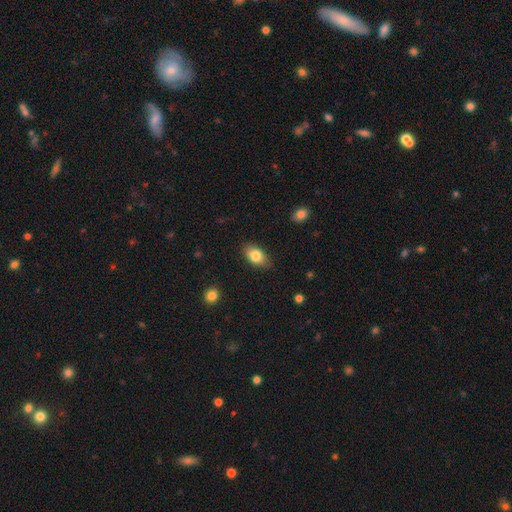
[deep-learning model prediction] Q: Smooth or featured?
A: smooth (82%); runner-up: featured or disk (11%)
Q: How rounded?
A: in between (88%); runner-up: round (9%)
Q: Merging?
A: none (82%); runner-up: minor disturbance (14%)